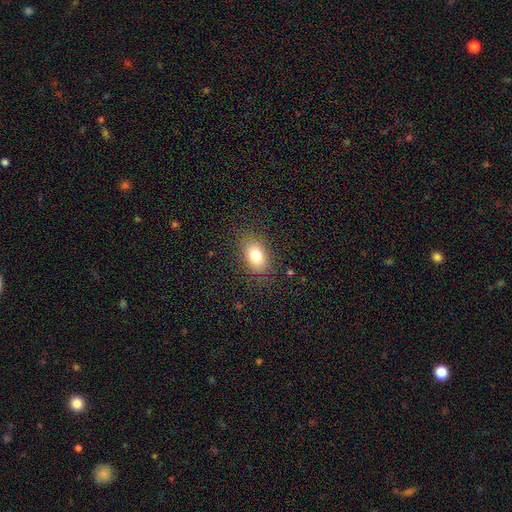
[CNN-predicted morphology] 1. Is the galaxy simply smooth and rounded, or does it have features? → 78% smooth, 11% featured or disk, 11% star or artifact.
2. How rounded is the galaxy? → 79% in between, 19% round, 2% cigar-shaped.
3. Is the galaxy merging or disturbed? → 82% none, 12% minor disturbance, 5% major disturbance, 1% merger.